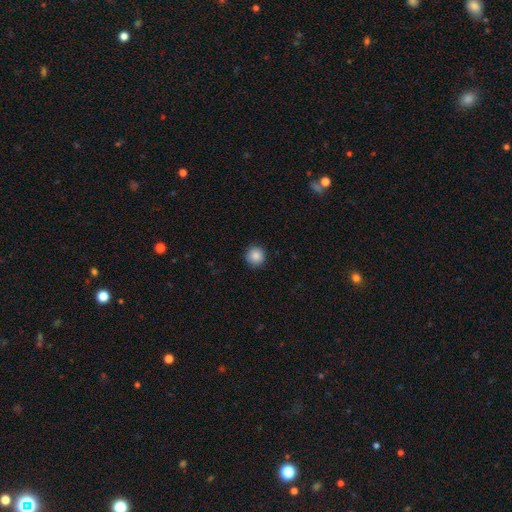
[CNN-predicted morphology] Q: Smooth or featured?
A: smooth (87%); runner-up: star or artifact (9%)
Q: How rounded?
A: round (95%); runner-up: in between (4%)
Q: Merging?
A: none (90%); runner-up: minor disturbance (7%)